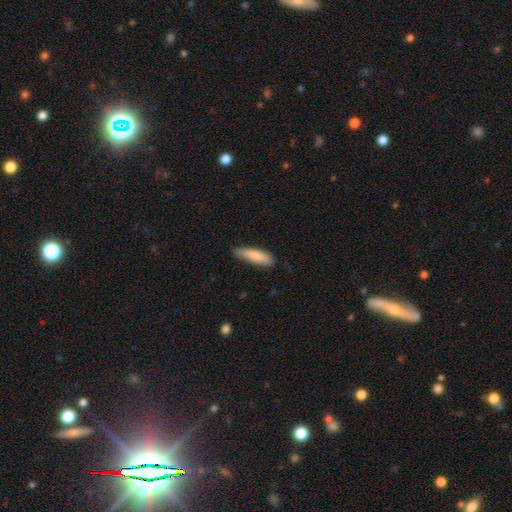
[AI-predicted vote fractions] A smooth galaxy with no disk features (82%) that is cigar-shaped (64%). Merging: none (74%).